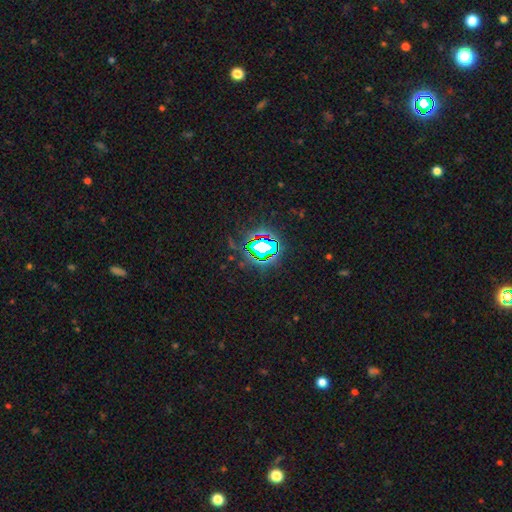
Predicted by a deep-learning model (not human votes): This is likely a star or artifact rather than a galaxy (76%).